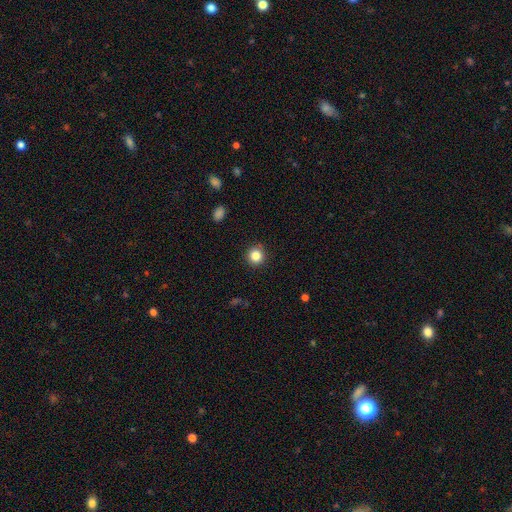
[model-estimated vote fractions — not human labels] This is clearly a smooth galaxy (85%). How rounded: clearly round (93%). Merging: clearly none (91%).